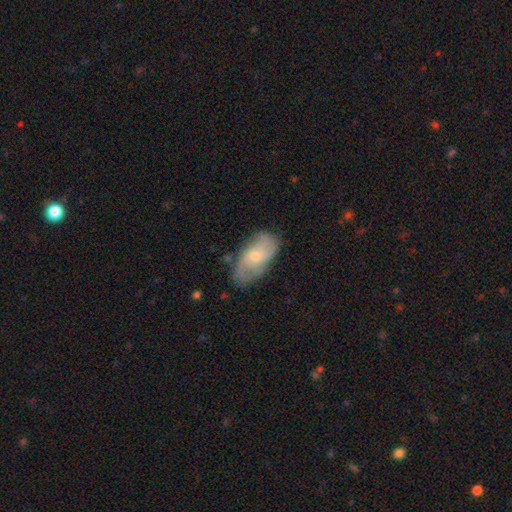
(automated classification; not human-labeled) The model was most divided on "bulge size": small: 56%, moderate: 39%, none: 2%, large: 2%, dominant: 1%. More confident: edge-on disk — no (94%); spiral arms — yes (85%); bar — no (68%); merging — none (68%); smooth or featured — featured or disk (63%).